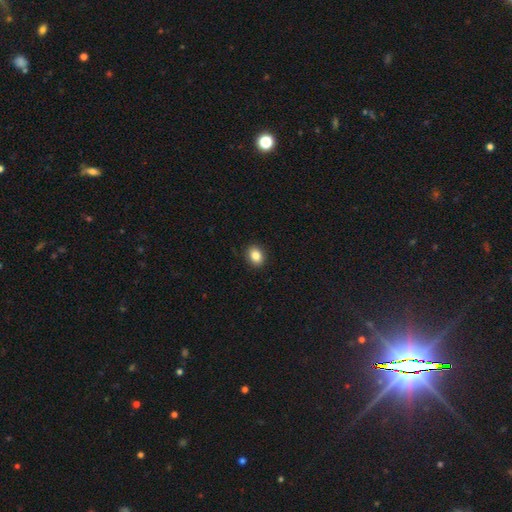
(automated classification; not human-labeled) Morphology: type=smooth (85%); roundness=in between (52%); merging=none (91%).